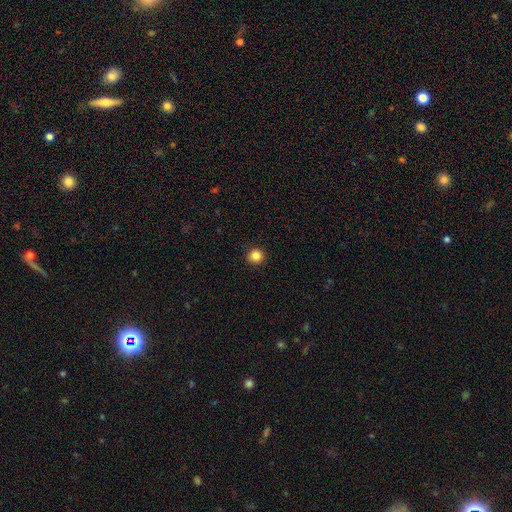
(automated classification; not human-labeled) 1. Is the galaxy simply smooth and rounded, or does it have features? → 86% smooth, 11% star or artifact, 4% featured or disk.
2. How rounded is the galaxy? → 92% round, 7% in between, 1% cigar-shaped.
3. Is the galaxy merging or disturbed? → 92% none, 6% minor disturbance, 2% major disturbance, 1% merger.